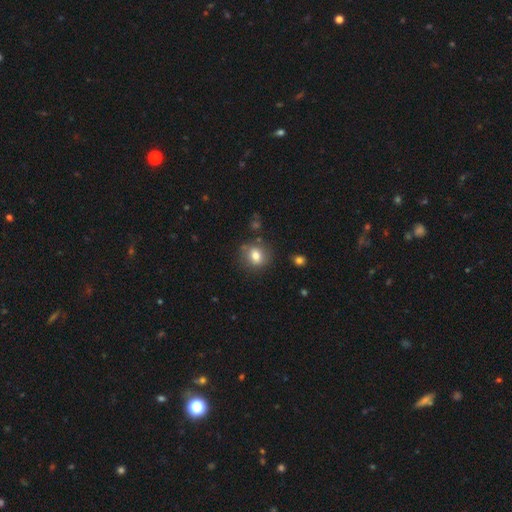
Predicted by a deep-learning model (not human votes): Overall: smooth (76%). How rounded: round (68%; in between 31%). Merging: none (78%).